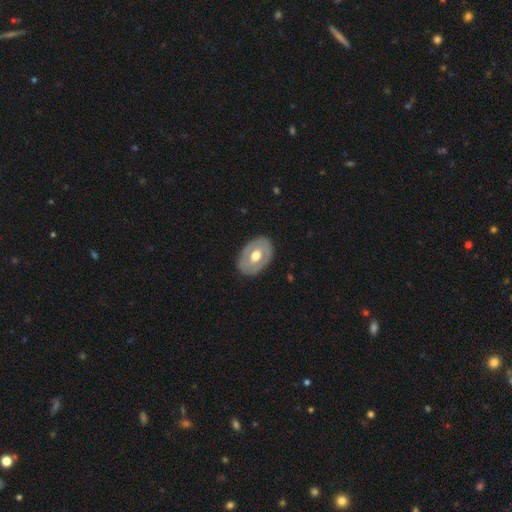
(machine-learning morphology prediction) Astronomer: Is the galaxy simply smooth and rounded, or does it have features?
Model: featured or disk — 52% (runner-up: smooth, 43%).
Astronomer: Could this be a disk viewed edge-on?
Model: no — 91%.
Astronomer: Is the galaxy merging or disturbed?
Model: none — 83%.